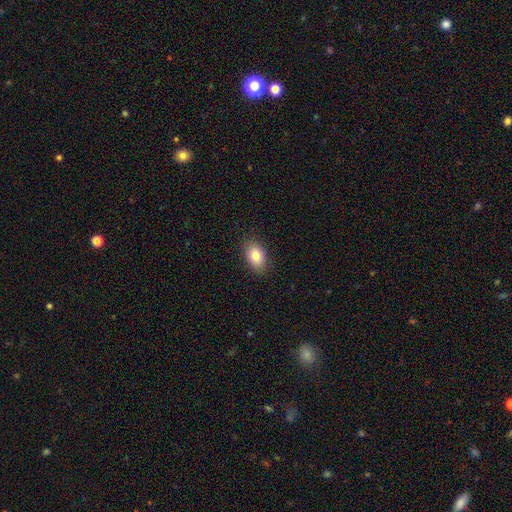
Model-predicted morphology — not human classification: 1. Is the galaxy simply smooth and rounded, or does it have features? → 82% smooth, 9% featured or disk, 8% star or artifact.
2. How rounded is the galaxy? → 88% in between, 11% round, 2% cigar-shaped.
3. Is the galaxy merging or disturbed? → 87% none, 9% minor disturbance, 2% major disturbance, 1% merger.